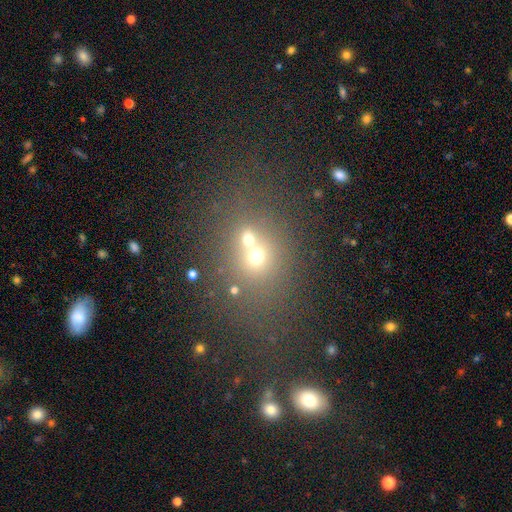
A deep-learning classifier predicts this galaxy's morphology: Smooth or featured?
  - smooth: 54% *
  - star or artifact: 28%
  - featured or disk: 18%
How rounded?
  - round: 64% *
  - in between: 35%
  - cigar-shaped: 1%
Merging?
  - none: 44% *
  - merger: 43%
  - minor disturbance: 8%
  - major disturbance: 5%